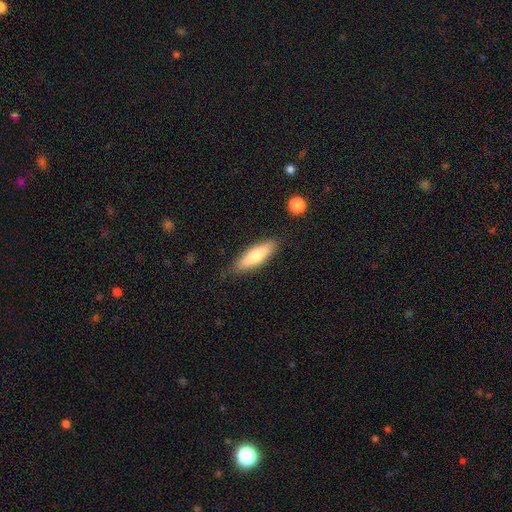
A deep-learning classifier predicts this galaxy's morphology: smooth 67%, featured or disk 27%, star or artifact 6%. Down the decision tree: how rounded — cigar-shaped (60%); merging — none (85%).